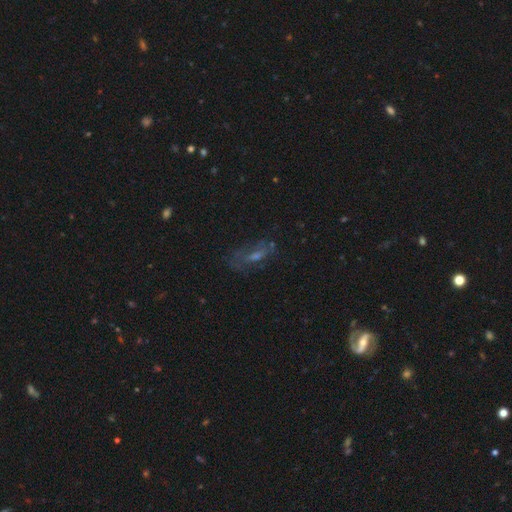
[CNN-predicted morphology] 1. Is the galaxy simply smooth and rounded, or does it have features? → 48% featured or disk, 30% smooth, 21% star or artifact.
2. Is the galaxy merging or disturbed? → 59% none, 20% minor disturbance, 18% major disturbance, 3% merger.